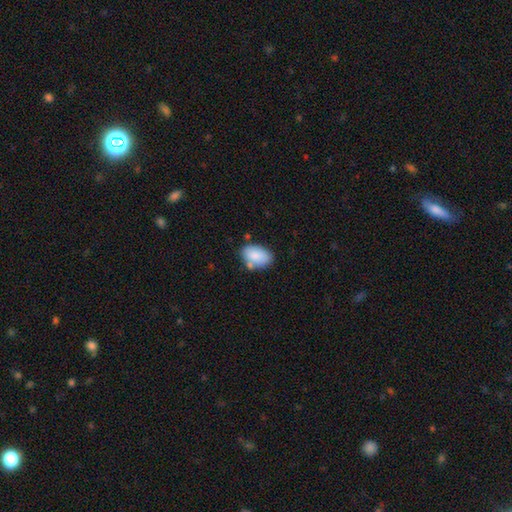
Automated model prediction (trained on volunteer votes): Smooth or featured?
  - smooth: 86% *
  - featured or disk: 8%
  - star or artifact: 7%
How rounded?
  - in between: 91% *
  - round: 8%
  - cigar-shaped: 1%
Merging?
  - none: 65% *
  - minor disturbance: 20%
  - merger: 10%
  - major disturbance: 4%